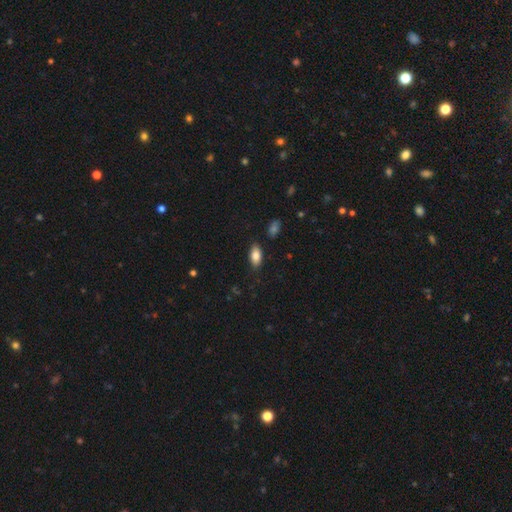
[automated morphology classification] type=smooth (83%); roundness=in between (90%); merging=none (83%).